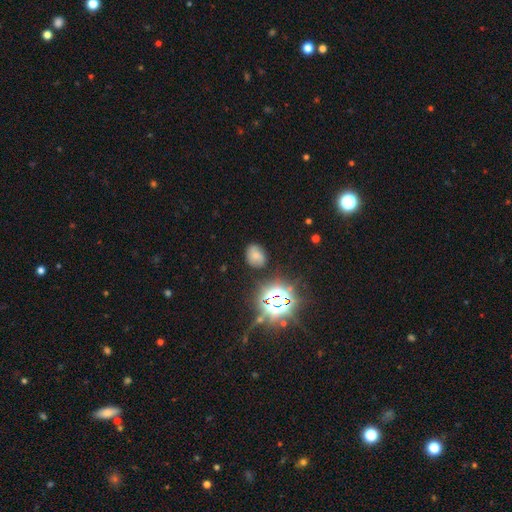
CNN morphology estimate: A smooth galaxy with no disk features (60%) that is in between round and cigar-shaped (52%).

Vote fractions:
- Smooth or featured? smooth: 60% / star or artifact: 25% / featured or disk: 15%
- How rounded? in between: 52% / round: 46% / cigar-shaped: 1%
- Merging? none: 77% / minor disturbance: 16% / major disturbance: 5% / merger: 3%